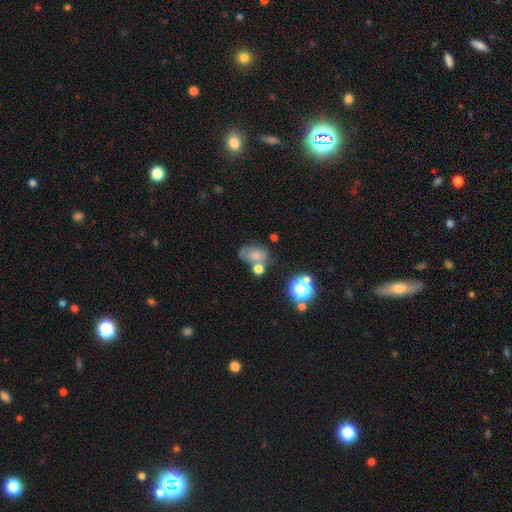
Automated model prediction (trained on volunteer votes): Smooth or featured? Predicted: smooth (p=0.65). How rounded? Predicted: in between (p=0.74). Merging? Predicted: none (p=0.38).